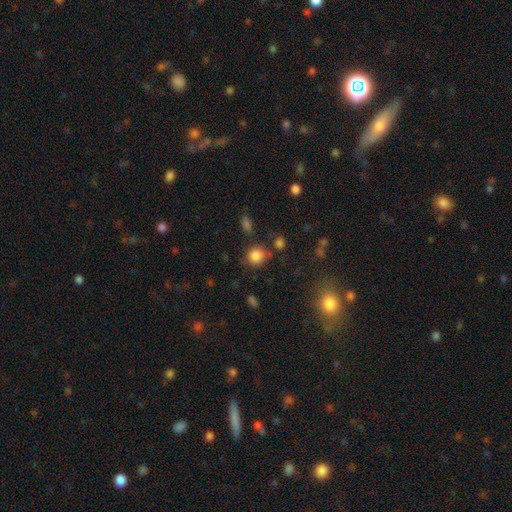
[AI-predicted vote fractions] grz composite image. It shows a smooth galaxy with no disk features (84%) that is round (87%). Merging: none (78%).